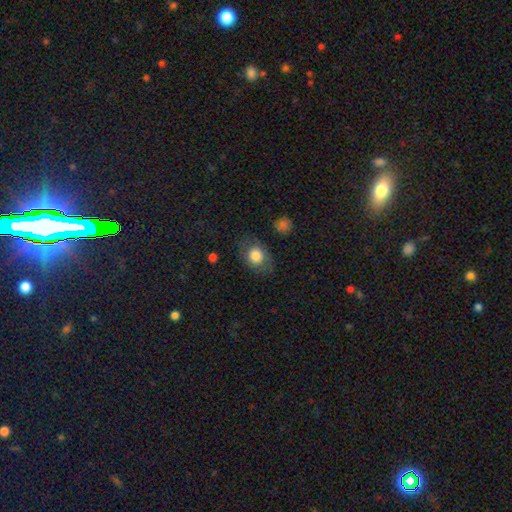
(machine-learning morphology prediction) Smooth or featured? Predicted: smooth (p=0.78). How rounded? Predicted: in between (p=0.57). Merging? Predicted: none (p=0.73).